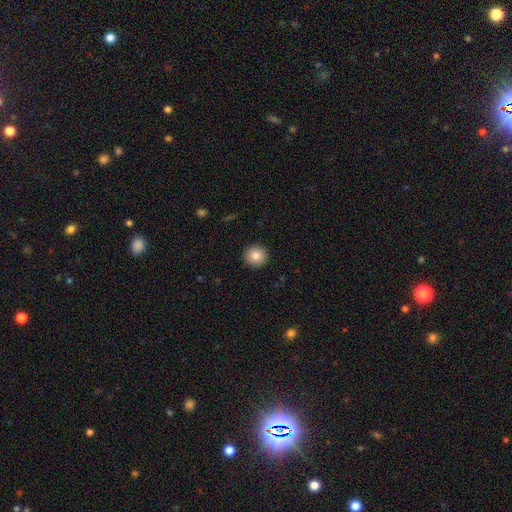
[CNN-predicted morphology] Overall: smooth (85%). How rounded: round (94%). Merging: none (93%).